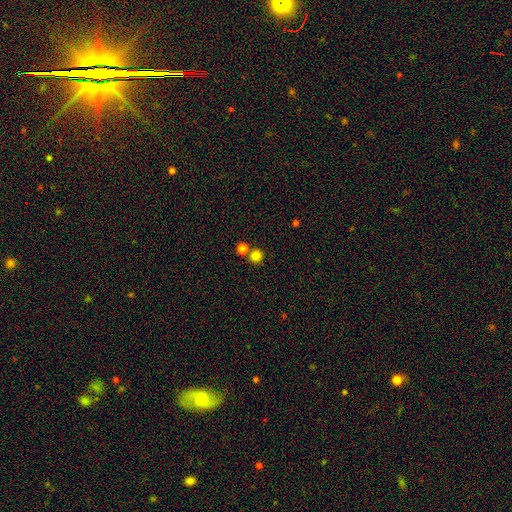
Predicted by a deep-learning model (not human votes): Smooth or featured: smooth — 82% (star or artifact — 13%)
How rounded: round — 92% (in between — 7%)
Merging: none — 68% (merger — 24%)